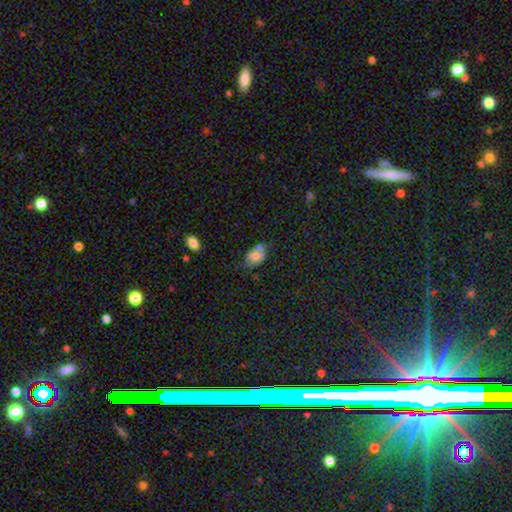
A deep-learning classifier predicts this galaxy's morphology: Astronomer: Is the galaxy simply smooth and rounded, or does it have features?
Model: smooth — 71%.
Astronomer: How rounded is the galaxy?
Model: in between — 79%.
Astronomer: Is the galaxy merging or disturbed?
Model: none — 47% (runner-up: minor disturbance, 28%).